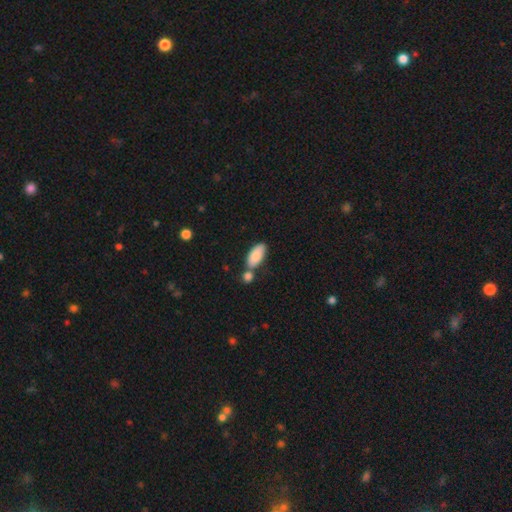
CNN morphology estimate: Smooth or featured?
  - smooth: 85% *
  - featured or disk: 9%
  - star or artifact: 6%
How rounded?
  - in between: 88% *
  - cigar-shaped: 9%
  - round: 2%
Merging?
  - none: 52% *
  - merger: 29%
  - minor disturbance: 15%
  - major disturbance: 4%